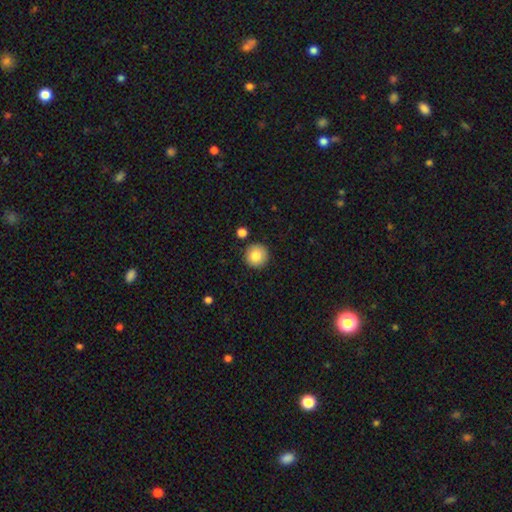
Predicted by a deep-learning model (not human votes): Morphology: type=smooth (83%); roundness=round (95%); merging=none (88%).